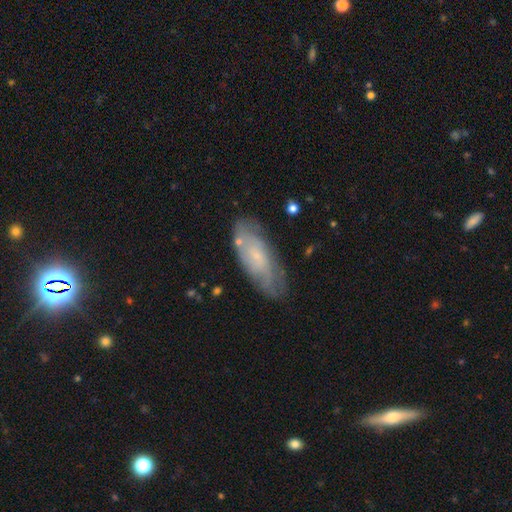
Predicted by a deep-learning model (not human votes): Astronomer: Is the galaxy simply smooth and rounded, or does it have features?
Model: featured or disk — 57% (runner-up: smooth, 35%).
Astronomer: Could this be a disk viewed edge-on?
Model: no — 85%.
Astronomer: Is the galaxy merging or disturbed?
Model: none — 73%.